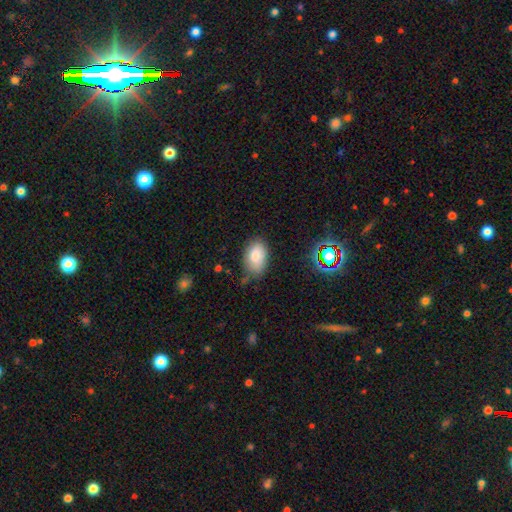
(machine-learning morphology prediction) smooth_or_featured: smooth (p=0.80) [alt: featured or disk p=0.11]
how_rounded: in between (p=0.91) [alt: round p=0.08]
merging: none (p=0.70) [alt: minor disturbance p=0.23]